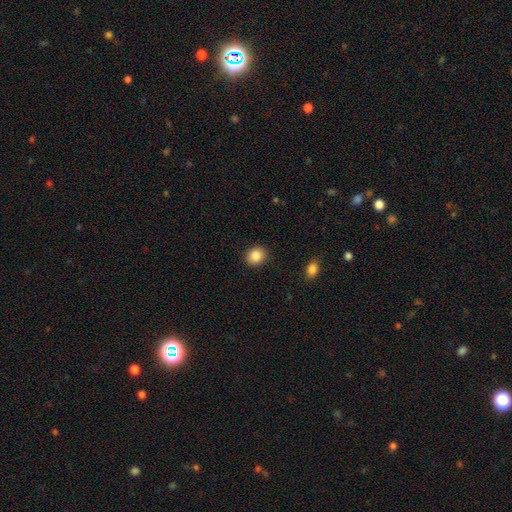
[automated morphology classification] Overall: smooth (85%). How rounded: round (71%). Merging: none (91%).